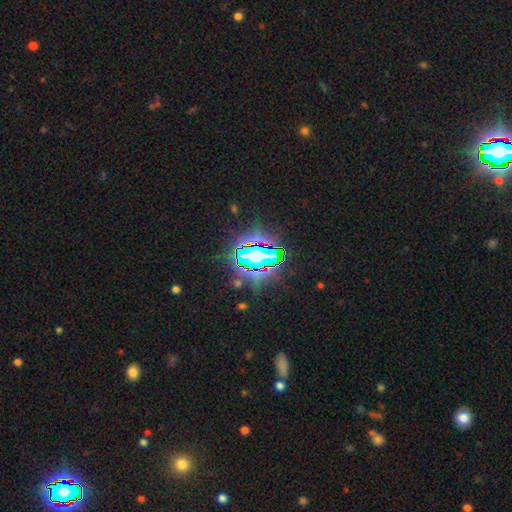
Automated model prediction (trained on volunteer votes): Smooth or featured?
  - star or artifact: 70% *
  - smooth: 18%
  - featured or disk: 12%